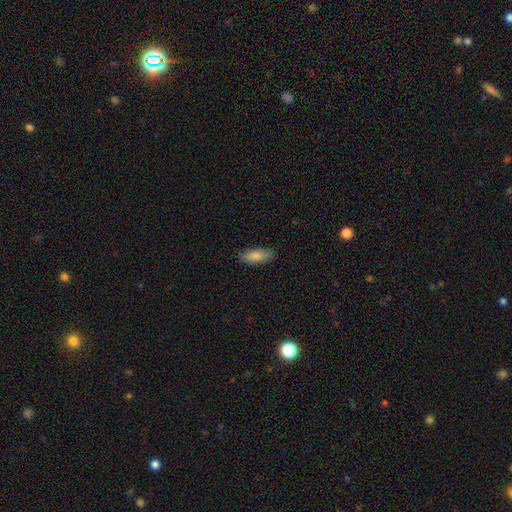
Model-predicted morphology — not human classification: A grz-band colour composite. It shows a smooth galaxy with no disk features (84%) that is in between round and cigar-shaped (74%). Merging: none (87%).